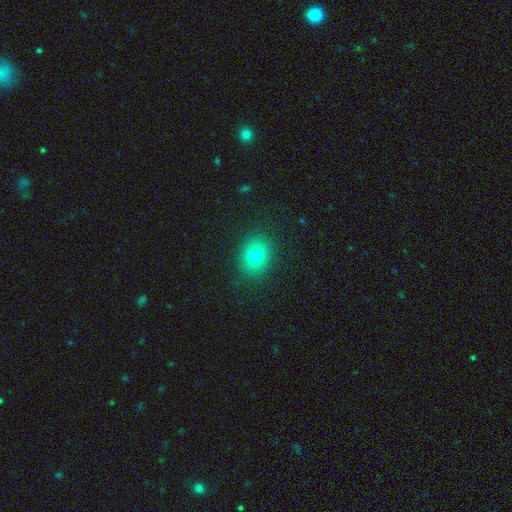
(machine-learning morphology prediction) Smooth or featured?
  - smooth: 79% *
  - star or artifact: 12%
  - featured or disk: 9%
How rounded?
  - round: 53% *
  - in between: 46%
  - cigar-shaped: 1%
Merging?
  - none: 87% *
  - minor disturbance: 9%
  - major disturbance: 3%
  - merger: 1%